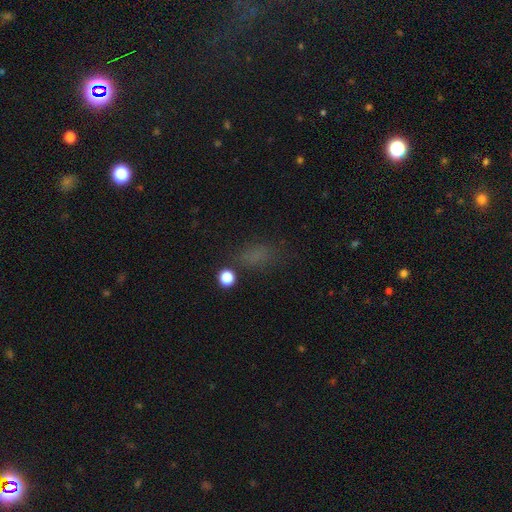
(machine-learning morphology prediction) type=smooth (63%); roundness=in between (72%); merging=none (65%).